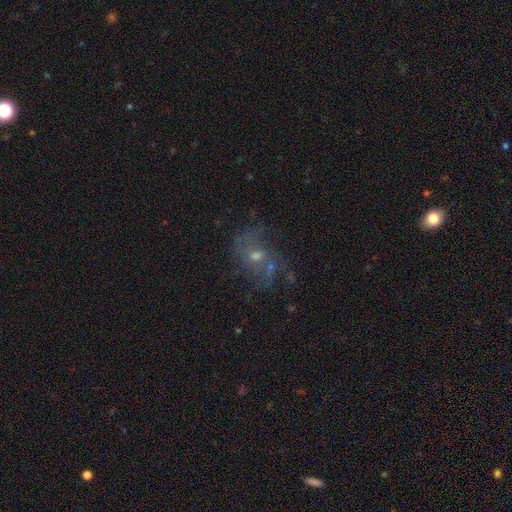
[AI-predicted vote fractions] Overall: featured or disk (54%; smooth 27%). Edge-on disk: no (96%). Bar: no (72%). Spiral arms: yes (63%; no 37%). Bulge size: moderate (50%; small 40%). Merging: none (51%; minor disturbance 20%).